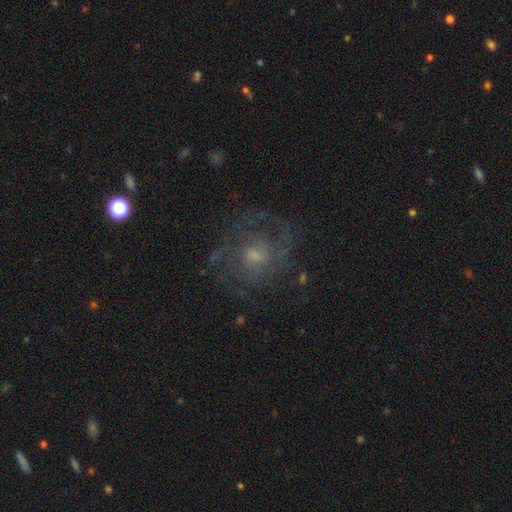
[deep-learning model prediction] Morphology: type=featured or disk (69%); edge-on=no (97%); bar=no (58%); spiral arms=yes (79%); winding=medium (45%); arm count=can't tell (42%); bulge=small (44%); merging=none (63%).